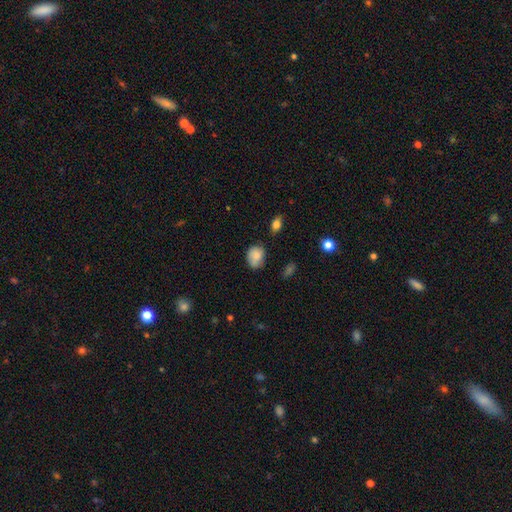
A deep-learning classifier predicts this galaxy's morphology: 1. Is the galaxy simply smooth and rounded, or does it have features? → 80% smooth, 11% featured or disk, 8% star or artifact.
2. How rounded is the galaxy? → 63% in between, 36% round, 1% cigar-shaped.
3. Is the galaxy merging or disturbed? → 56% none, 33% minor disturbance, 8% major disturbance, 4% merger.